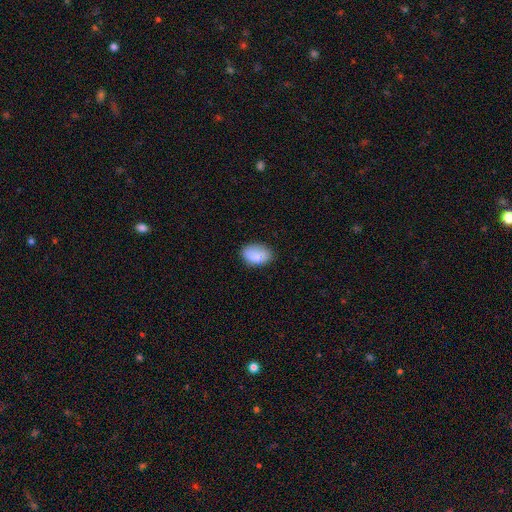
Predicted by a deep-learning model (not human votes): Morphology: type=smooth (86%); roundness=in between (87%); merging=none (75%).